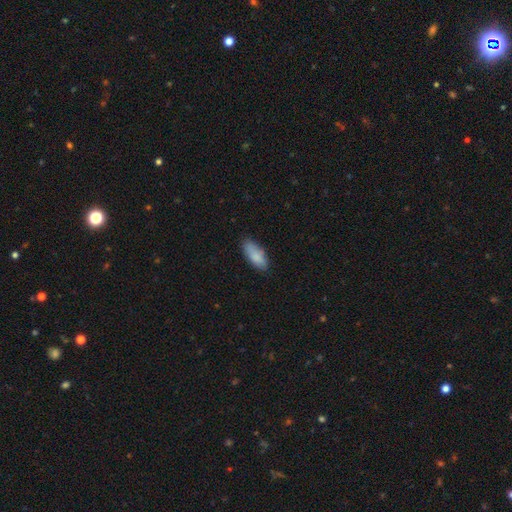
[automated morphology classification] A smooth galaxy with no disk features (86%) that is in between round and cigar-shaped (81%). Merging: none (76%).